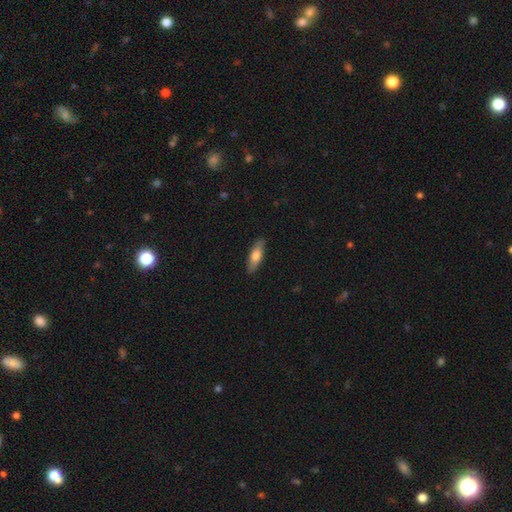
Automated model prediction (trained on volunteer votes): The model was most divided on "how rounded": in between: 56%, cigar-shaped: 42%, round: 2%. More confident: merging — none (86%); smooth or featured — smooth (70%).